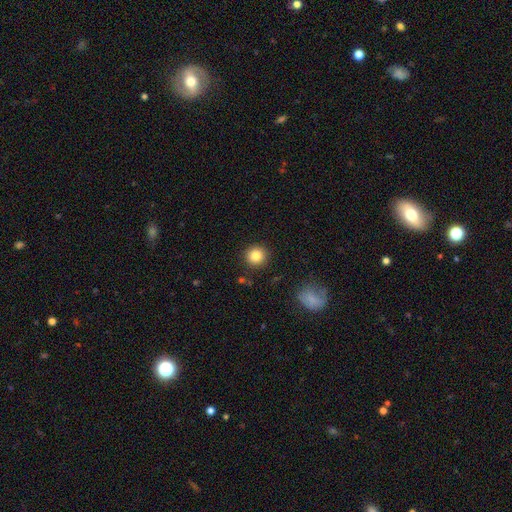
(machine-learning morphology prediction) Q: Smooth or featured?
A: smooth (84%); runner-up: star or artifact (10%)
Q: How rounded?
A: round (93%); runner-up: in between (6%)
Q: Merging?
A: none (91%); runner-up: minor disturbance (6%)